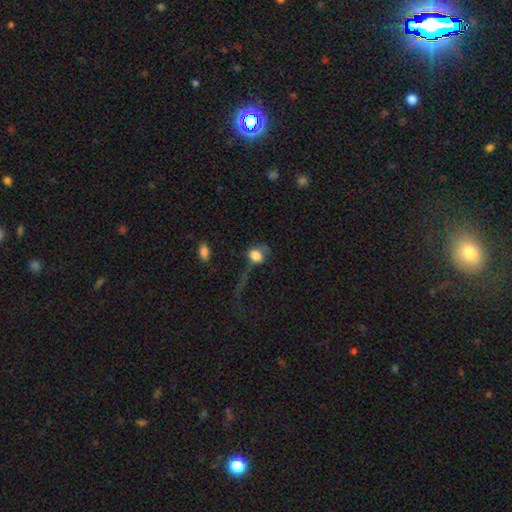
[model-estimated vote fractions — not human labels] This appears to be a smooth galaxy with no disk features (71%) that is round (54%). Merging: major disturbance (48%).